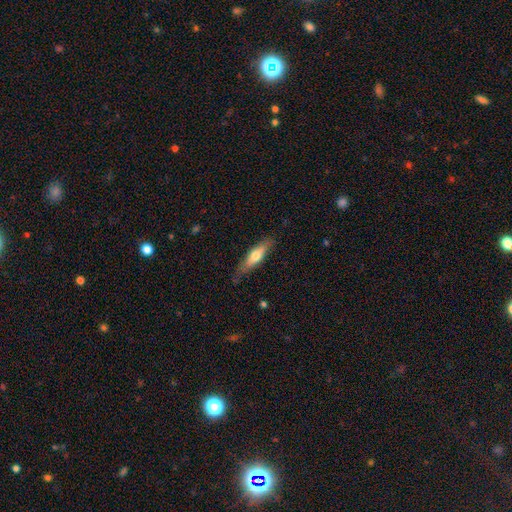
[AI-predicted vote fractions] This appears to be a smooth galaxy with no disk features (55%) that is cigar-shaped (67%). Merging: none (77%).